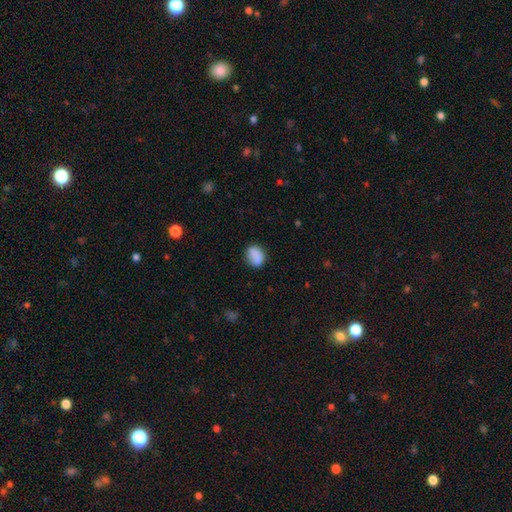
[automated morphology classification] smooth-or-featured: smooth: 85% | star or artifact: 8% | featured or disk: 6%
  how-rounded: in between: 58% | round: 41% | cigar-shaped: 1%
  merging: none: 77% | minor disturbance: 15% | major disturbance: 4% | merger: 3%